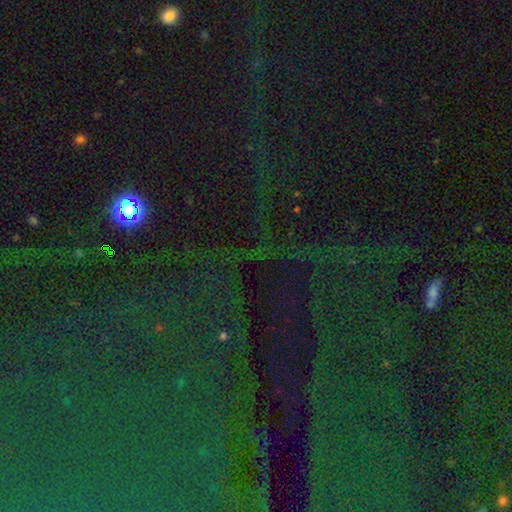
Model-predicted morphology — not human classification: Smooth or featured: star or artifact — 79% (smooth — 11%)